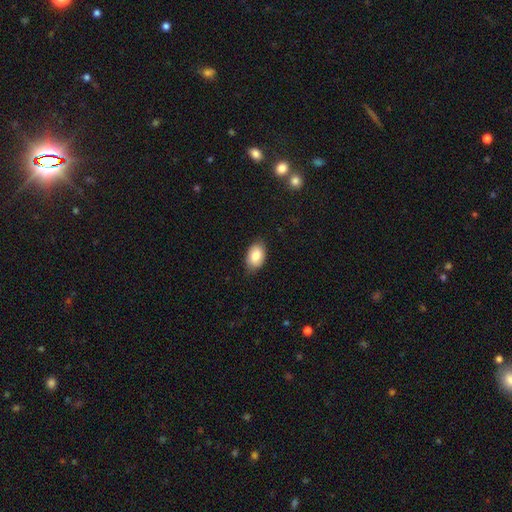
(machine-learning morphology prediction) Smooth or featured: smooth — 83% (featured or disk — 10%)
How rounded: in between — 88% (round — 10%)
Merging: none — 81% (minor disturbance — 16%)